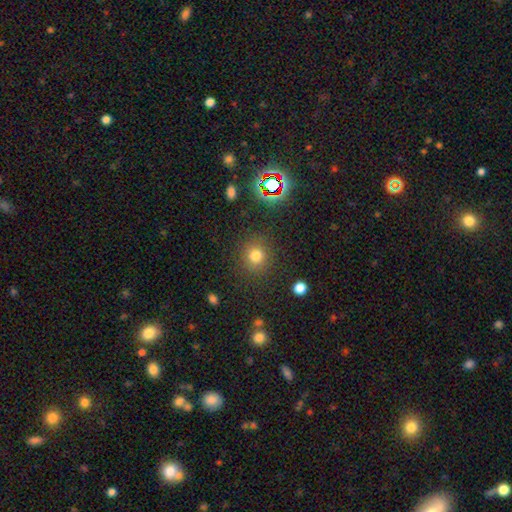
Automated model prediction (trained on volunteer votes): Smooth or featured? smooth (75%)
How rounded? round (90%)
Merging? none (86%)